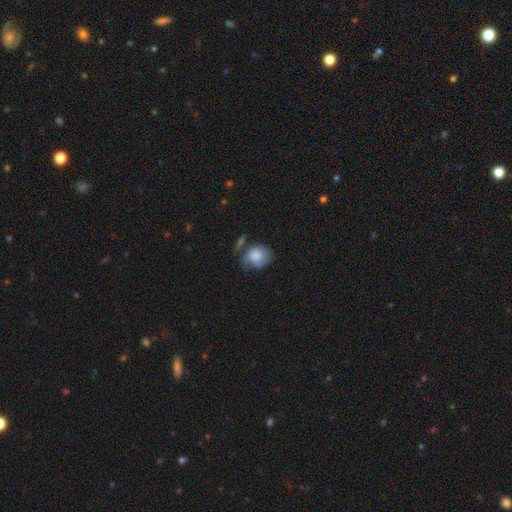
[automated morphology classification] This appears to be a smooth galaxy with no disk features (77%) that is round (63%). Merging: none (42%).